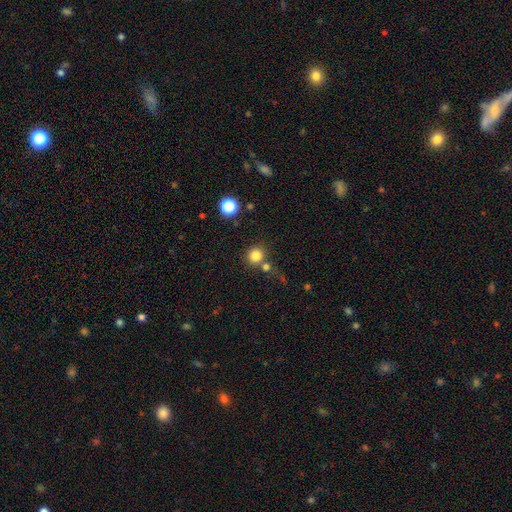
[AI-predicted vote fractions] smooth-or-featured: smooth: 82% | star or artifact: 13% | featured or disk: 6%
  how-rounded: round: 91% | in between: 8% | cigar-shaped: 1%
  merging: none: 72% | merger: 16% | minor disturbance: 9% | major disturbance: 3%